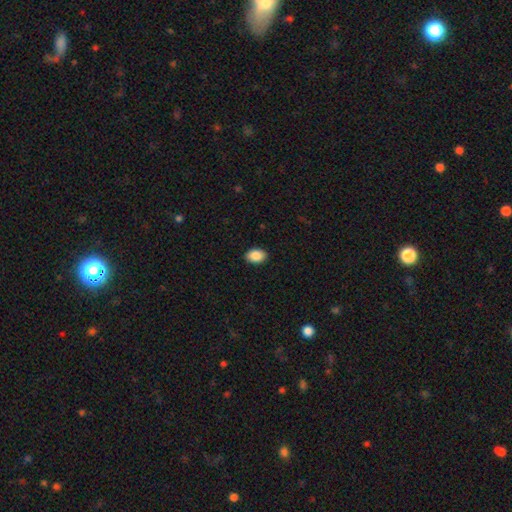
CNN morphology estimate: Smooth or featured?
  - smooth: 89% *
  - star or artifact: 7%
  - featured or disk: 4%
How rounded?
  - in between: 86% *
  - round: 13%
  - cigar-shaped: 1%
Merging?
  - none: 90% *
  - minor disturbance: 7%
  - major disturbance: 2%
  - merger: 1%